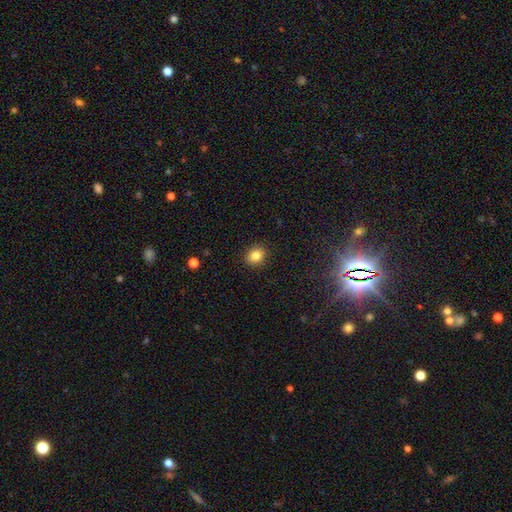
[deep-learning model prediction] The model was most divided on "how rounded": round: 56%, in between: 43%, cigar-shaped: 1%. More confident: merging — none (90%); smooth or featured — smooth (83%).